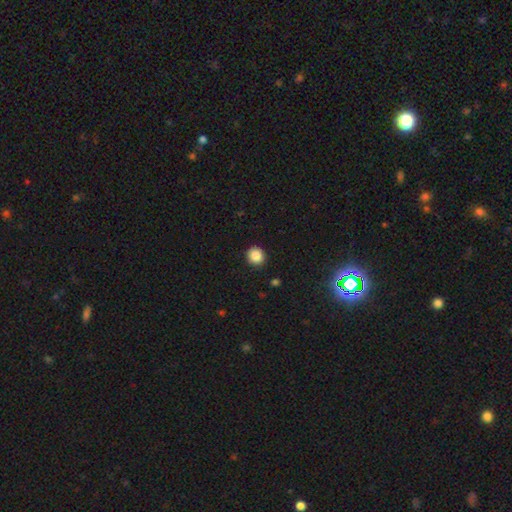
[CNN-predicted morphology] Smooth or featured: smooth — 86% (star or artifact — 10%)
How rounded: round — 89% (in between — 10%)
Merging: none — 92% (minor disturbance — 5%)